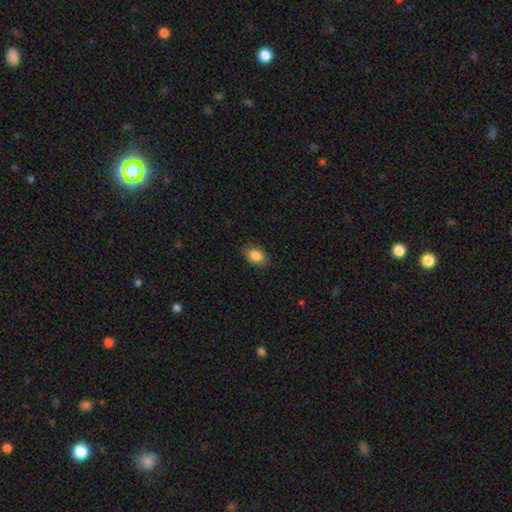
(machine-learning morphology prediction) Overall: smooth (87%). How rounded: in between (82%). Merging: none (86%).